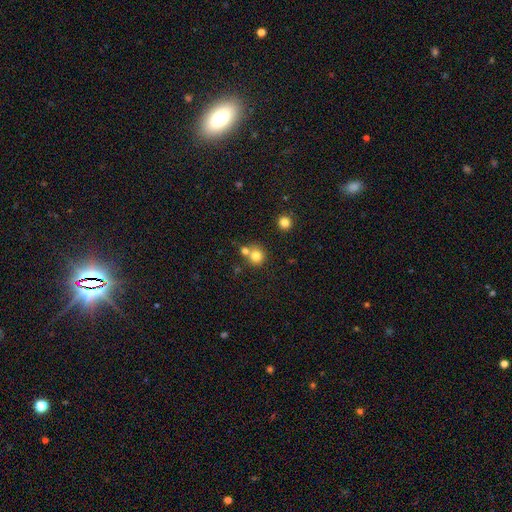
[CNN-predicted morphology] type=smooth (78%); roundness=round (89%); merging=none (56%).